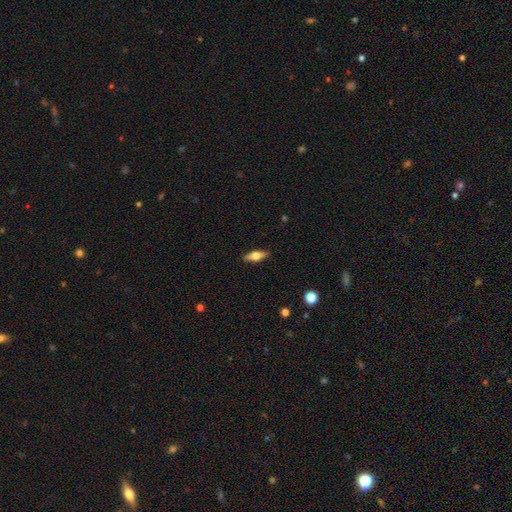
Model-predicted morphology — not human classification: Smooth or featured: smooth — 48% (featured or disk — 45%)
Merging: none — 89% (minor disturbance — 8%)